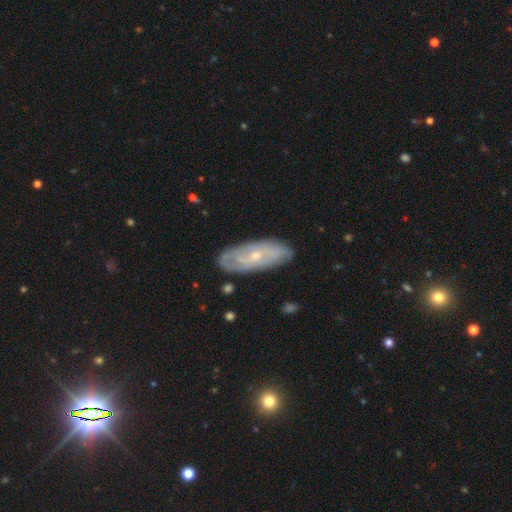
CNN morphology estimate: Smooth or featured? Predicted: featured or disk (p=0.66). Edge-on disk? Predicted: no (p=0.86). Bar? Predicted: no (p=0.71). Spiral arms? Predicted: yes (p=0.75). Bulge size? Predicted: small (p=0.65). Merging? Predicted: none (p=0.80).